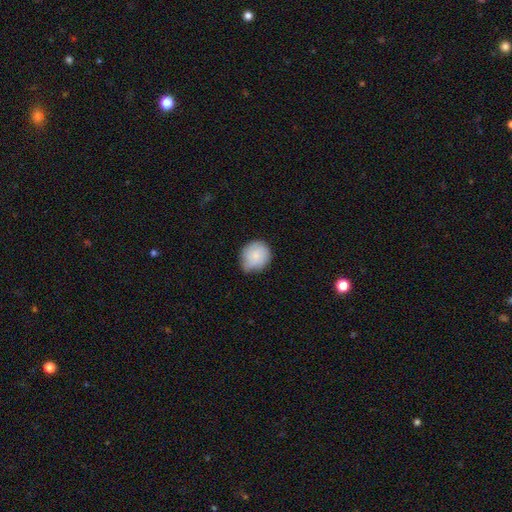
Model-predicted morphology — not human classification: The model was most divided on "merging": none: 53%, minor disturbance: 39%, major disturbance: 6%, merger: 2%. More confident: smooth or featured — smooth (83%); how rounded — round (77%).